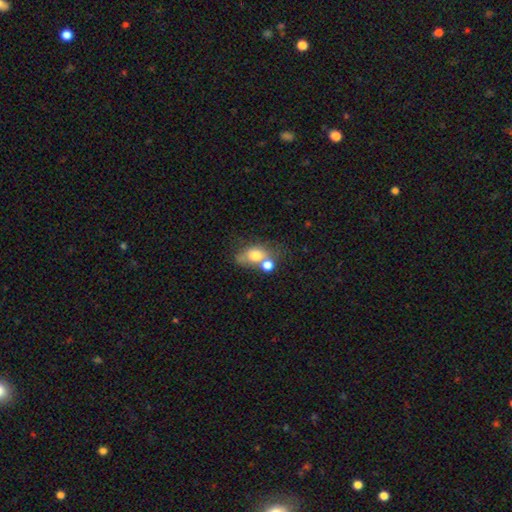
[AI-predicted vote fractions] Smooth or featured: smooth — 69% (featured or disk — 20%)
How rounded: in between — 64% (round — 34%)
Merging: merger — 43% (none — 30%)